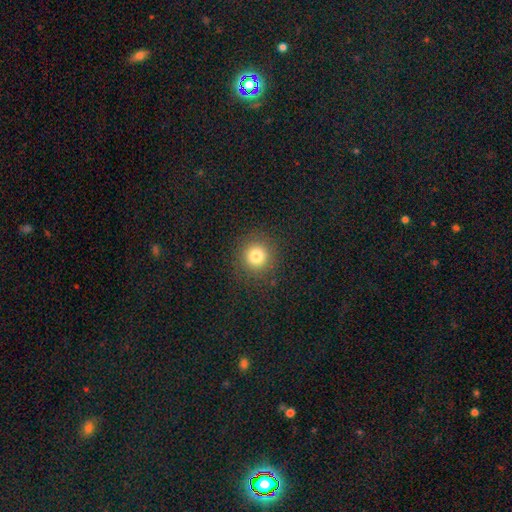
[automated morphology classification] A smooth galaxy with no disk features (79%) that is round (94%). Merging: none (90%).